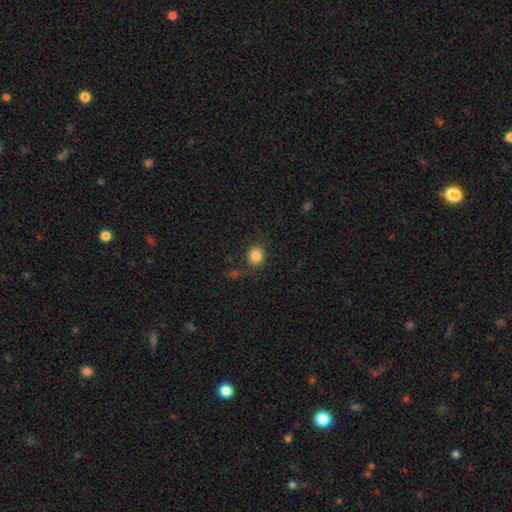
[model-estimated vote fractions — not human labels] Smooth or featured? Predicted: smooth (p=0.85). How rounded? Predicted: round (p=0.82). Merging? Predicted: none (p=0.85).